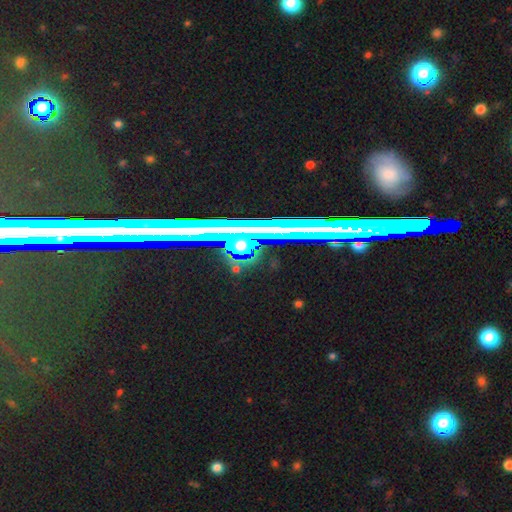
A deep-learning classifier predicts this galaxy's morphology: The model was most divided on "smooth or featured": star or artifact: 53%, featured or disk: 32%, smooth: 15%.